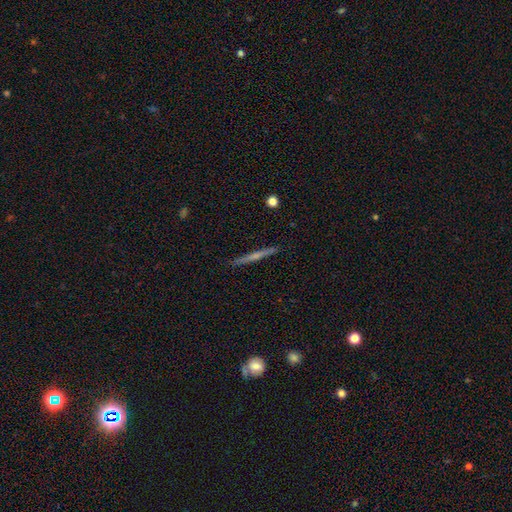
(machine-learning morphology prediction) Smooth or featured? Predicted: featured or disk (p=0.62). Edge-on disk? Predicted: yes (p=0.98). Edge-on bulge? Predicted: rounded (p=0.48). Merging? Predicted: none (p=0.92).